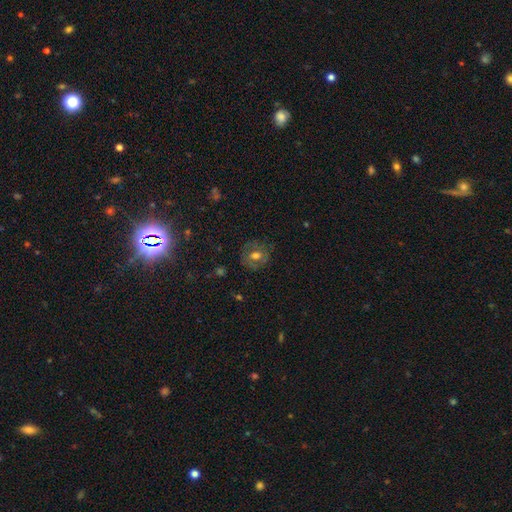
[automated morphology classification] smooth 54%, featured or disk 34%, star or artifact 12%. Down the decision tree: how rounded — round (74%); merging — none (76%).